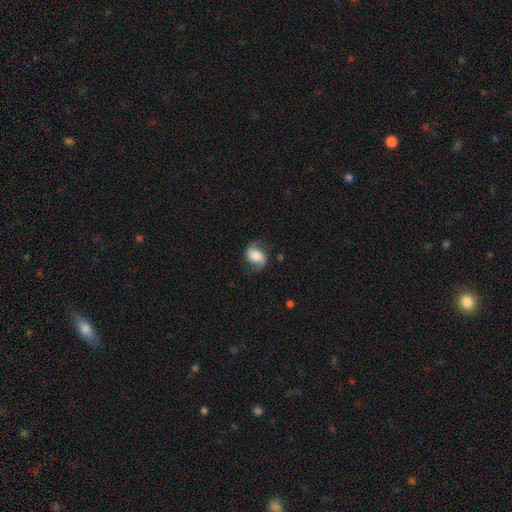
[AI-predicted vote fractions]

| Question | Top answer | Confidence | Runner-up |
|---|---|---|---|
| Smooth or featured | smooth | 46% | featured or disk (45%) |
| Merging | none | 69% | minor disturbance (21%) |